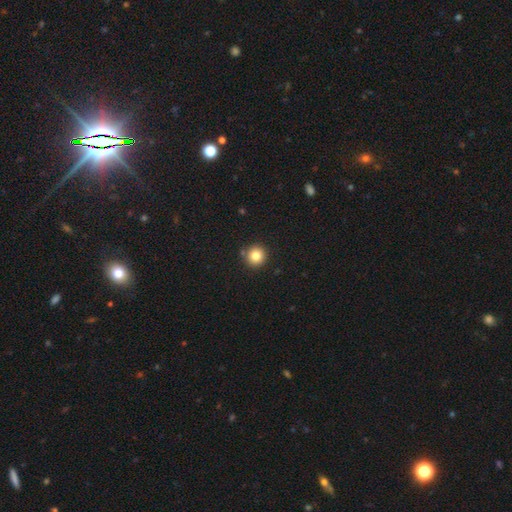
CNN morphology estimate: This is clearly a smooth galaxy (82%). How rounded: clearly round (95%). Merging: clearly none (87%).